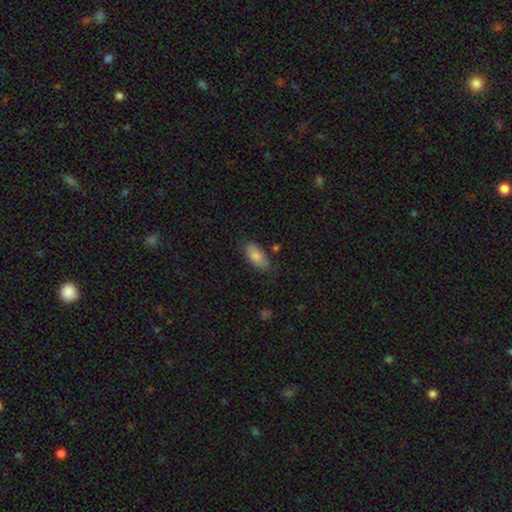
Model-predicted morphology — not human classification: Smooth or featured? Predicted: smooth (p=0.82). How rounded? Predicted: in between (p=0.91). Merging? Predicted: none (p=0.74).